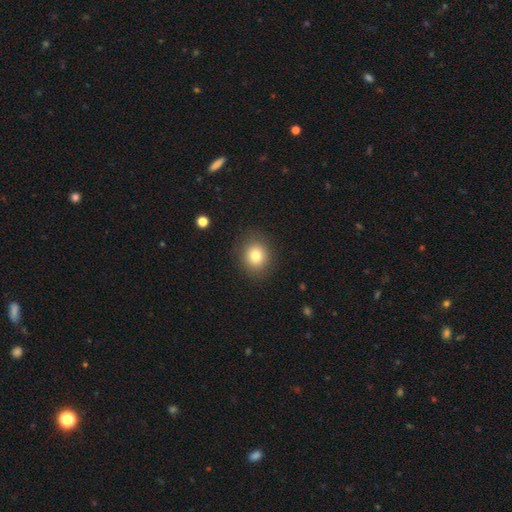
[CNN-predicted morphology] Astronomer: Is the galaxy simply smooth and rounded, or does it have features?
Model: smooth — 80%.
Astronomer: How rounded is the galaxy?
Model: round — 76%.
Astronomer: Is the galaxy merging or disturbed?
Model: none — 87%.